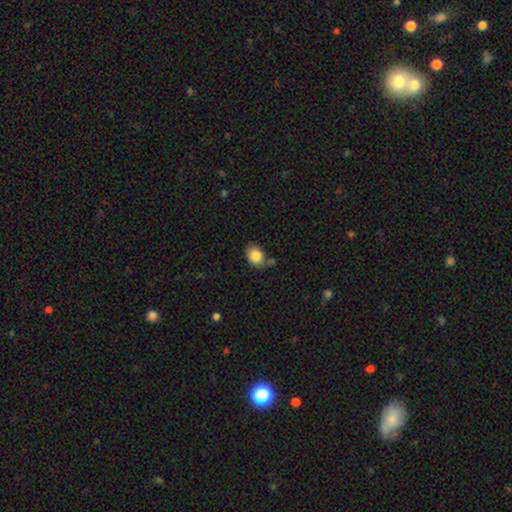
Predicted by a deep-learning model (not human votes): smooth_or_featured: smooth (p=0.85) [alt: star or artifact p=0.08]
how_rounded: in between (p=0.62) [alt: round p=0.37]
merging: none (p=0.67) [alt: minor disturbance p=0.19]